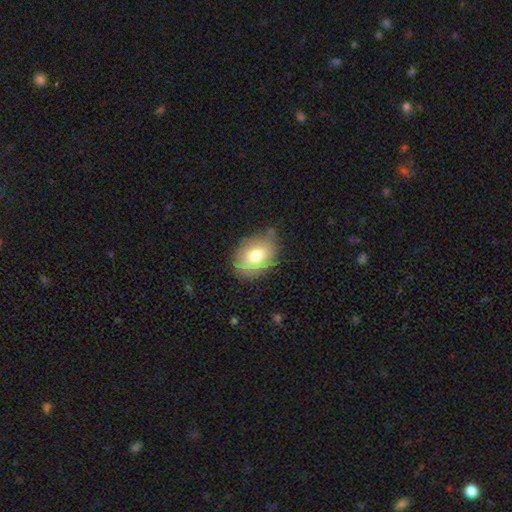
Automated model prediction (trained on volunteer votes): A smooth galaxy with no disk features (75%) that is in between round and cigar-shaped (74%).

Vote fractions:
- Smooth or featured? smooth: 75% / featured or disk: 17% / star or artifact: 8%
- How rounded? in between: 74% / round: 24% / cigar-shaped: 1%
- Merging? none: 73% / minor disturbance: 20% / major disturbance: 5% / merger: 2%